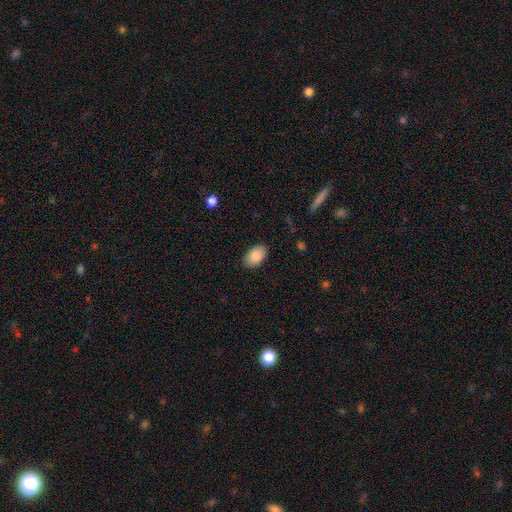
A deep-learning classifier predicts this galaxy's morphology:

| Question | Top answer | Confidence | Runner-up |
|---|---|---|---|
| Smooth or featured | smooth | 87% | featured or disk (7%) |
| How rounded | in between | 92% | round (7%) |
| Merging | none | 88% | minor disturbance (9%) |